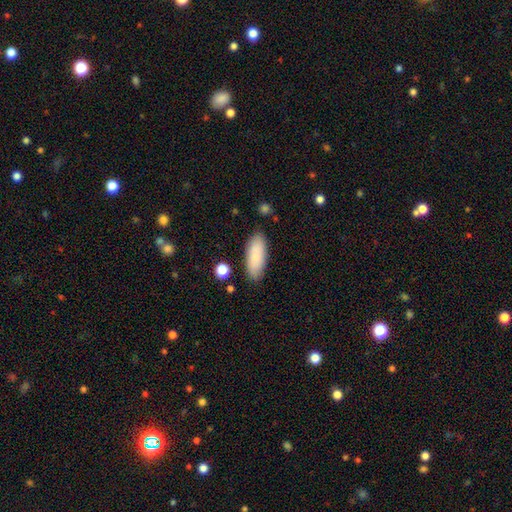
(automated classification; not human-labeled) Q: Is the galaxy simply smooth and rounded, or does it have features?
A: smooth — 86%.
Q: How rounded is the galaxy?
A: in between — 77%.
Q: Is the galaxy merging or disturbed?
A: none — 86%.